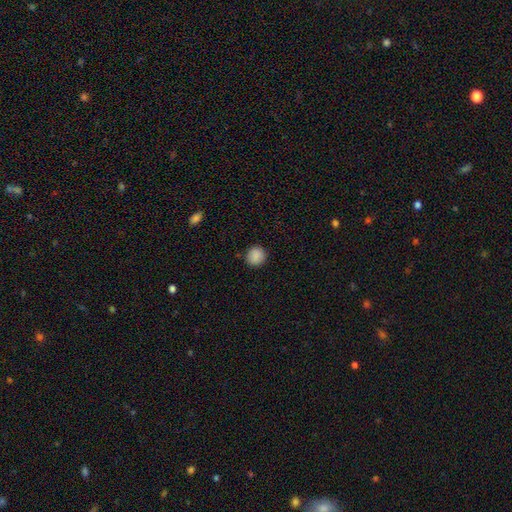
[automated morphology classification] A smooth galaxy with no disk features (89%) that is round (92%). Merging: none (90%).